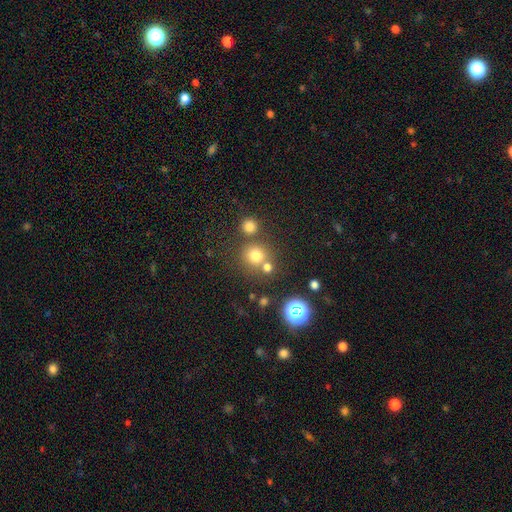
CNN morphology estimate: Smooth or featured? smooth (73%)
How rounded? round (90%)
Merging? none (67%)